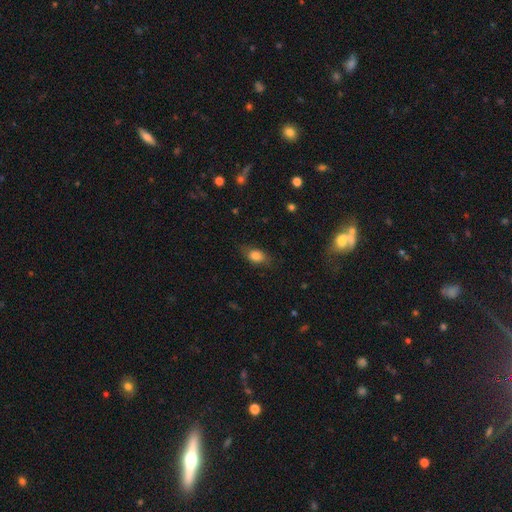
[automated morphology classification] A smooth galaxy with no disk features (80%) that is in between round and cigar-shaped (76%).

Vote fractions:
- Smooth or featured? smooth: 80% / featured or disk: 11% / star or artifact: 9%
- How rounded? in between: 76% / round: 19% / cigar-shaped: 5%
- Merging? none: 72% / minor disturbance: 20% / major disturbance: 6% / merger: 1%